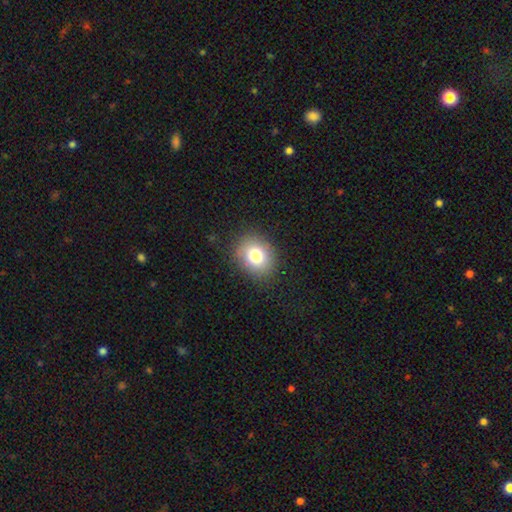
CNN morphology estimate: Smooth or featured?
  - smooth: 79% *
  - star or artifact: 11%
  - featured or disk: 10%
How rounded?
  - round: 53% *
  - in between: 47%
  - cigar-shaped: 1%
Merging?
  - none: 86% *
  - minor disturbance: 10%
  - major disturbance: 3%
  - merger: 1%